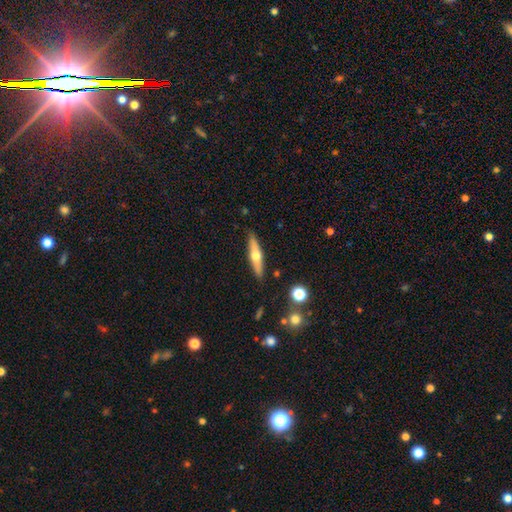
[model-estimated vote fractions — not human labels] This appears to be a featured or disk galaxy (53%) viewed edge-on (91%). Merging: none (88%).